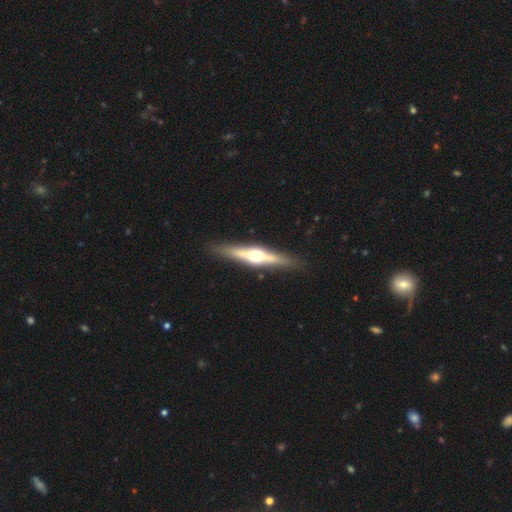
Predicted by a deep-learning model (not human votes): Smooth or featured? featured or disk (67%)
Edge-on disk? yes (95%)
Edge-on bulge? rounded (90%)
Merging? none (88%)